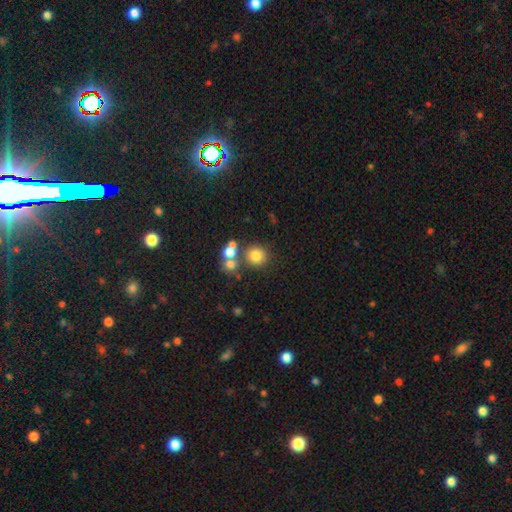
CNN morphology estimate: This is likely a smooth galaxy (75%). How rounded: clearly round (90%). Merging: likely none (68%).